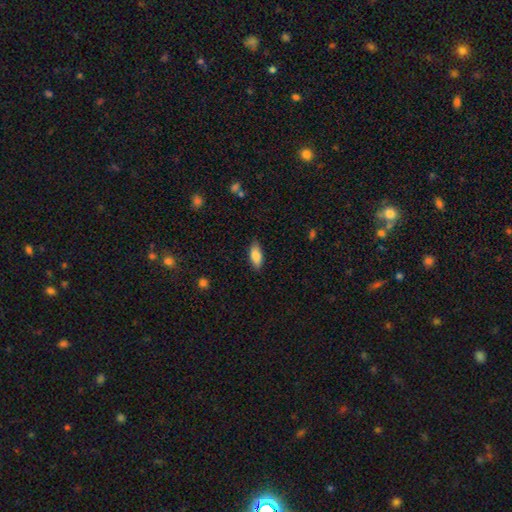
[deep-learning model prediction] Morphology: type=smooth (83%); roundness=in between (82%); merging=none (84%).